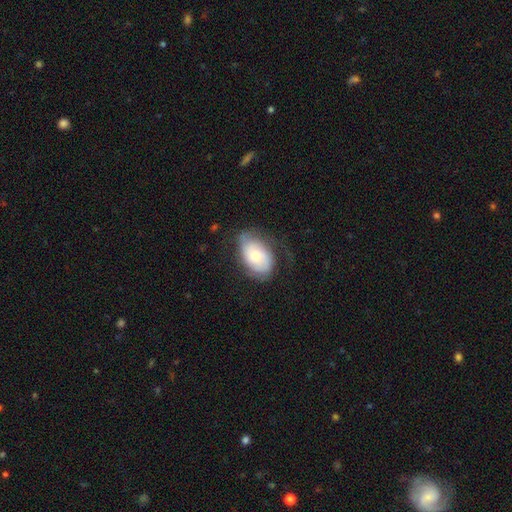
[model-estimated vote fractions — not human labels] Q: Smooth or featured?
A: smooth (47%); runner-up: featured or disk (46%)
Q: Merging?
A: none (54%); runner-up: minor disturbance (28%)